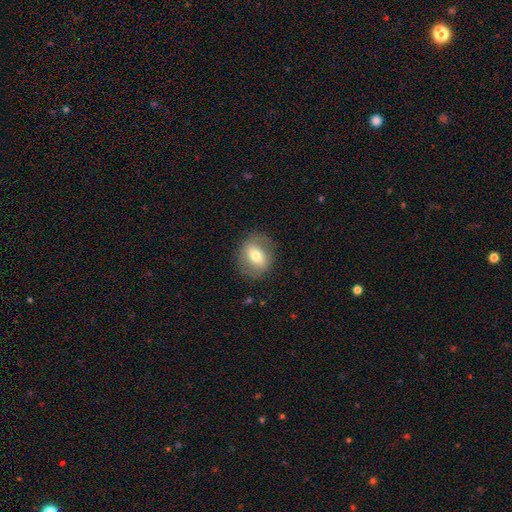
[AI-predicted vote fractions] Q: Smooth or featured?
A: smooth (55%); runner-up: featured or disk (37%)
Q: How rounded?
A: round (57%); runner-up: in between (42%)
Q: Merging?
A: none (81%); runner-up: minor disturbance (13%)